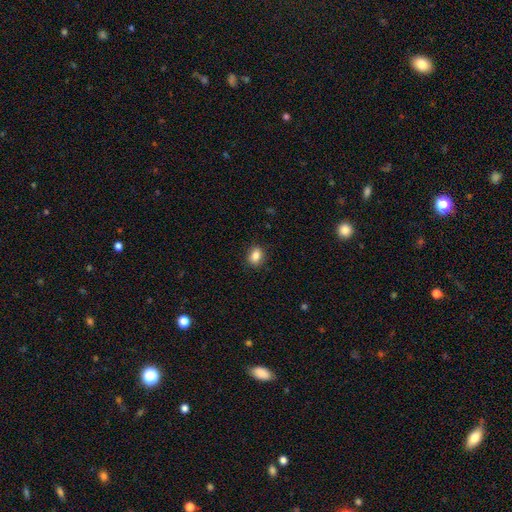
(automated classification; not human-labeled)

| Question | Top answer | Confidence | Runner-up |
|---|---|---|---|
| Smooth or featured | smooth | 84% | star or artifact (9%) |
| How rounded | in between | 56% | round (43%) |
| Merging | none | 88% | minor disturbance (9%) |